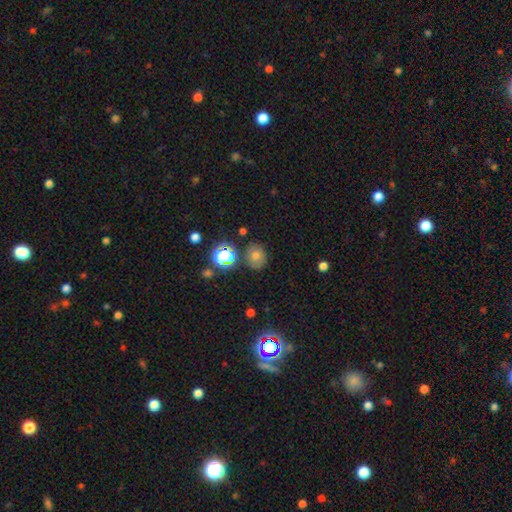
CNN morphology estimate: This appears to be a smooth galaxy with no disk features (57%) that is round (71%). Merging: none (81%).